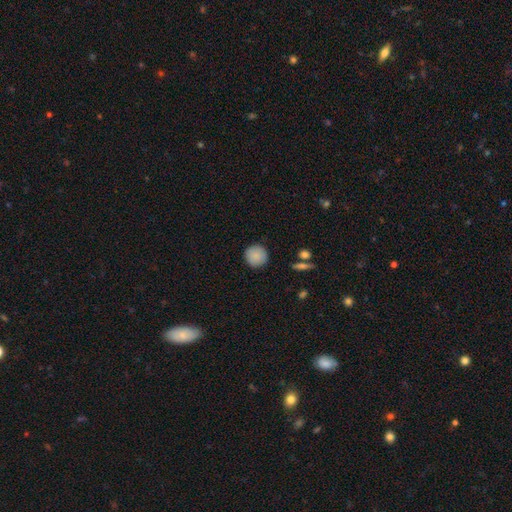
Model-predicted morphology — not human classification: A smooth galaxy with no disk features (88%) that is round (94%).

Vote fractions:
- Smooth or featured? smooth: 88% / star or artifact: 8% / featured or disk: 4%
- How rounded? round: 94% / in between: 5% / cigar-shaped: 1%
- Merging? none: 90% / minor disturbance: 7% / major disturbance: 2% / merger: 1%